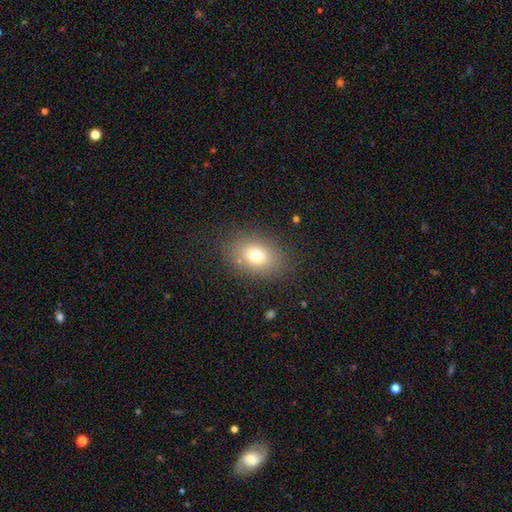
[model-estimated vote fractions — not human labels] Morphology: type=smooth (73%); roundness=in between (69%); merging=none (83%).